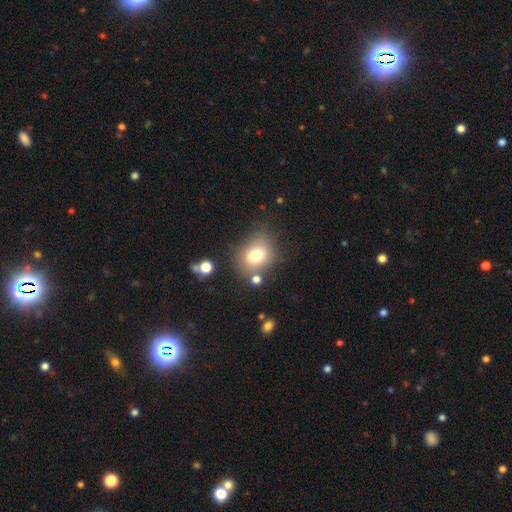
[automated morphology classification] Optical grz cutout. It shows a smooth galaxy with no disk features (73%) that is in between round and cigar-shaped (51%). Merging: none (64%).